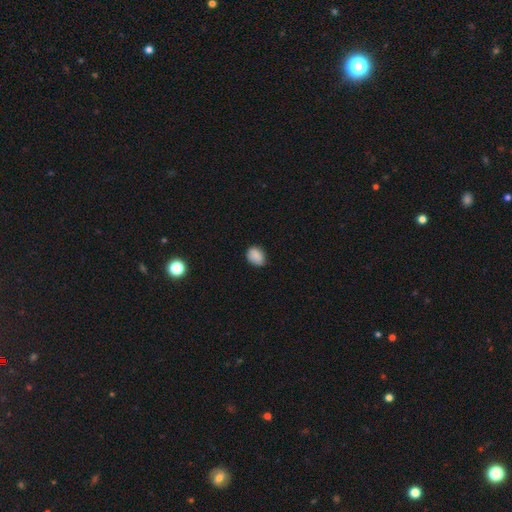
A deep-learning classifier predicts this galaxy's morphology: smooth_or_featured: smooth (p=0.87) [alt: star or artifact p=0.08]
how_rounded: in between (p=0.67) [alt: round p=0.32]
merging: none (p=0.69) [alt: minor disturbance p=0.27]